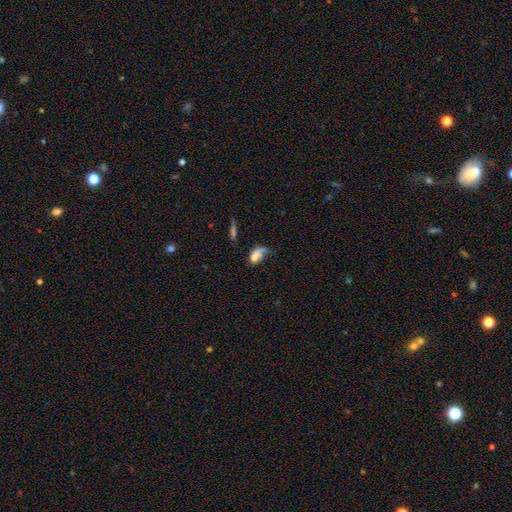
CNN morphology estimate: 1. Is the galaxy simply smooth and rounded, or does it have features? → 60% smooth, 27% featured or disk, 13% star or artifact.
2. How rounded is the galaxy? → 77% in between, 17% round, 7% cigar-shaped.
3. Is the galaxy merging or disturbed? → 33% major disturbance, 29% none, 20% minor disturbance, 18% merger.